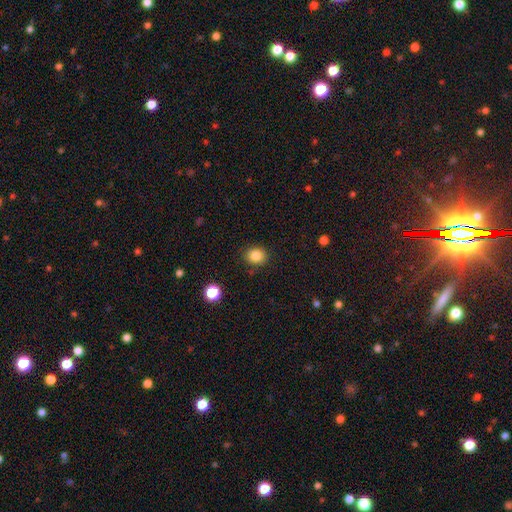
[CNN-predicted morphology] The model was most divided on "how rounded": round: 68%, in between: 31%, cigar-shaped: 1%. More confident: merging — none (87%); smooth or featured — smooth (84%).